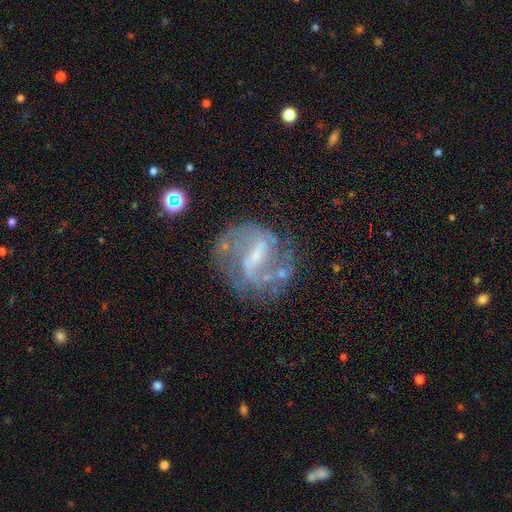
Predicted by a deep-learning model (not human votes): featured or disk 82%, smooth 10%, star or artifact 8%. Down the decision tree: edge-on disk — no (97%); bar — strong (46%); spiral arms — yes (85%); spiral arm count — 2 (73%); spiral winding — medium (47%); bulge size — small (48%); merging — none (63%).